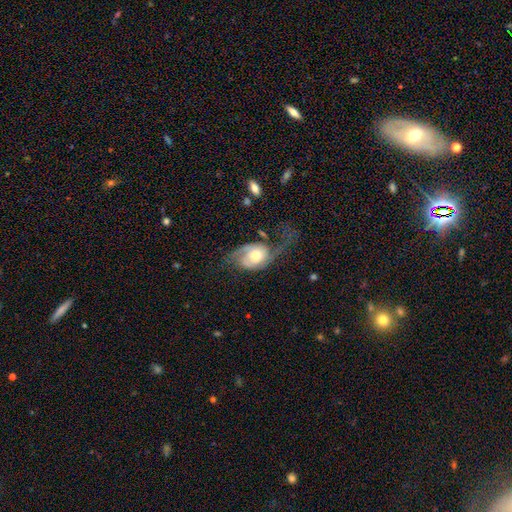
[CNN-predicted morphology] A featured or disk galaxy (74%) with no bar (69%), 2 (76%) loose (51%) spiral arms (91%) and a moderate central bulge (61%).

Vote fractions:
- Smooth or featured? featured or disk: 74% / smooth: 20% / star or artifact: 6%
- Edge-on disk? no: 96% / yes: 4%
- Bar? no: 69% / weak: 24% / strong: 6%
- Spiral arms? yes: 91% / no: 9%
- Spiral winding? loose: 51% / medium: 35% / tight: 14%
- Spiral arm count? 2: 76% / 1: 15% / can't tell: 5% / 3: 2% / 4: 1% / more than 4: 1%
- Bulge size? moderate: 61% / small: 26% / large: 10% / dominant: 2% / none: 2%
- Merging? major disturbance: 39% / none: 38% / minor disturbance: 20% / merger: 3%